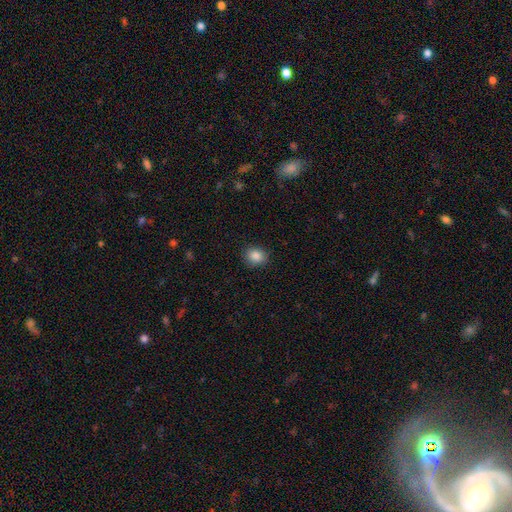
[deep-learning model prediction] Q: Smooth or featured?
A: smooth (86%); runner-up: star or artifact (9%)
Q: How rounded?
A: round (69%); runner-up: in between (30%)
Q: Merging?
A: none (88%); runner-up: minor disturbance (9%)